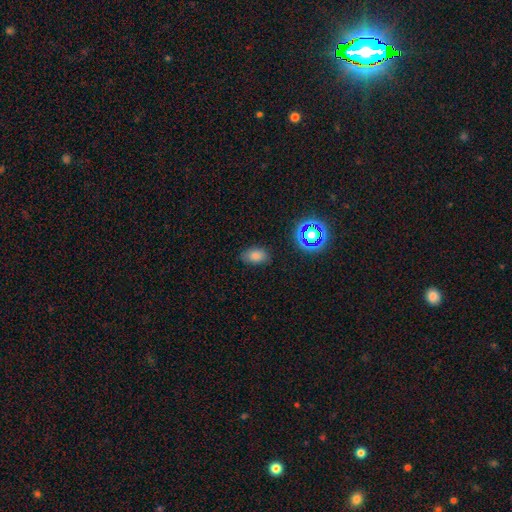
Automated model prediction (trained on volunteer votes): Smooth or featured? smooth (77%)
How rounded? in between (86%)
Merging? none (82%)